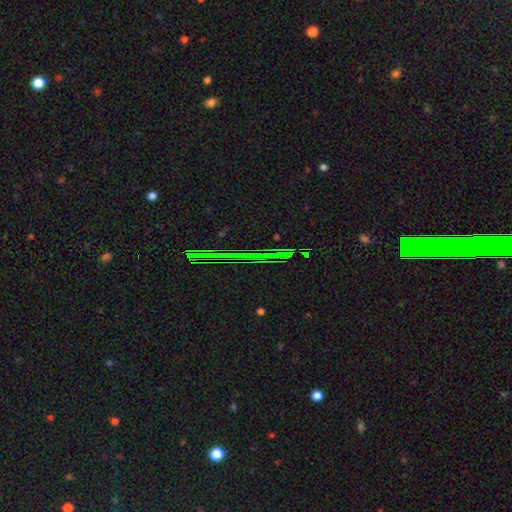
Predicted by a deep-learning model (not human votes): Smooth or featured? star or artifact (77%)